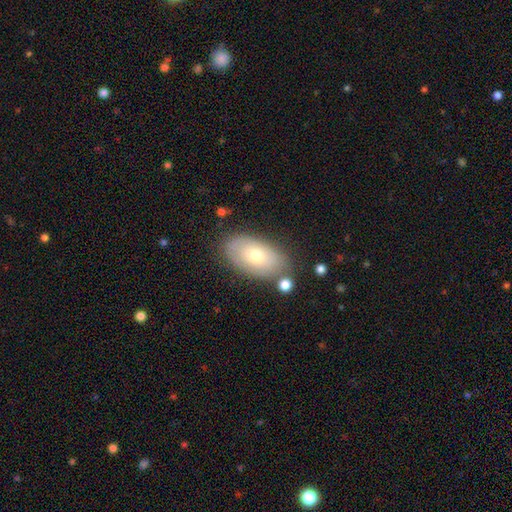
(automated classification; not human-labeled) This is possibly a smooth galaxy (58%). How rounded: clearly in between (92%). Merging: likely none (75%).